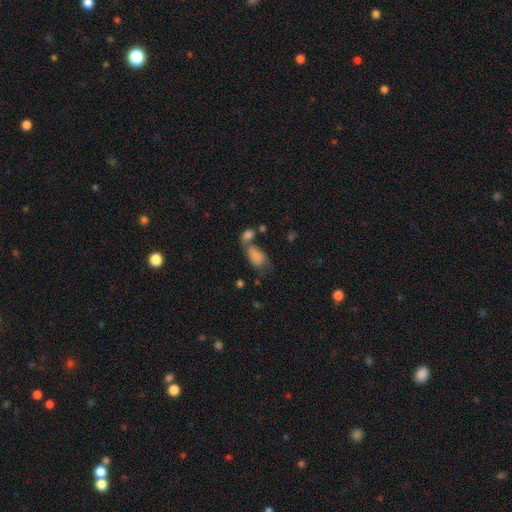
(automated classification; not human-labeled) Overall: smooth (78%). How rounded: in between (87%). Merging: merger (46%; none 22%).